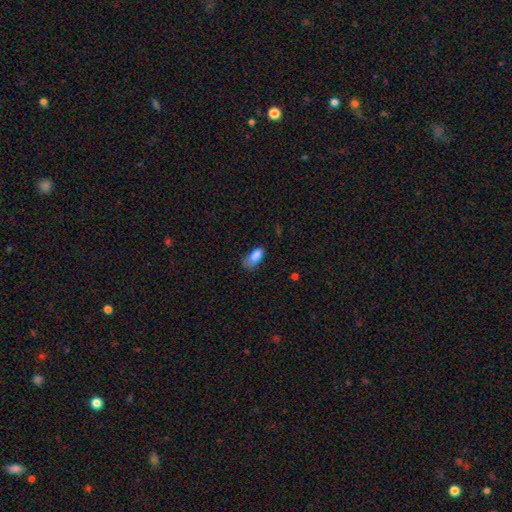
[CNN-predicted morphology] Overall: smooth (84%). How rounded: in between (86%). Merging: none (43%; minor disturbance 37%).